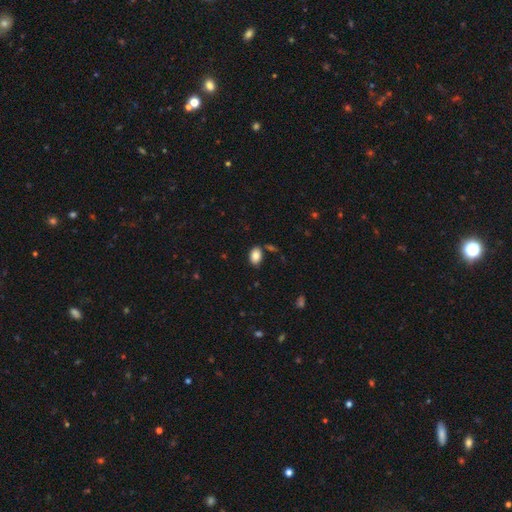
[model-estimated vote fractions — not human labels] The model was most divided on "merging": none: 79%, minor disturbance: 13%, merger: 6%, major disturbance: 3%. More confident: how rounded — in between (88%); smooth or featured — smooth (84%).